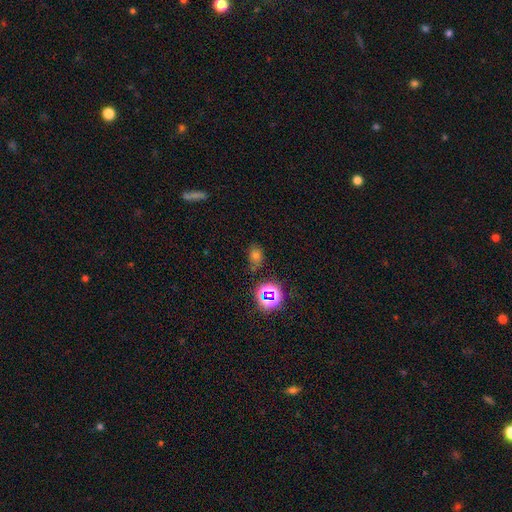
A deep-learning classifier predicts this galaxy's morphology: smooth-or-featured: smooth: 55% | star or artifact: 34% | featured or disk: 11%
  how-rounded: in between: 62% | round: 36% | cigar-shaped: 2%
  merging: none: 64% | minor disturbance: 24% | major disturbance: 9% | merger: 4%